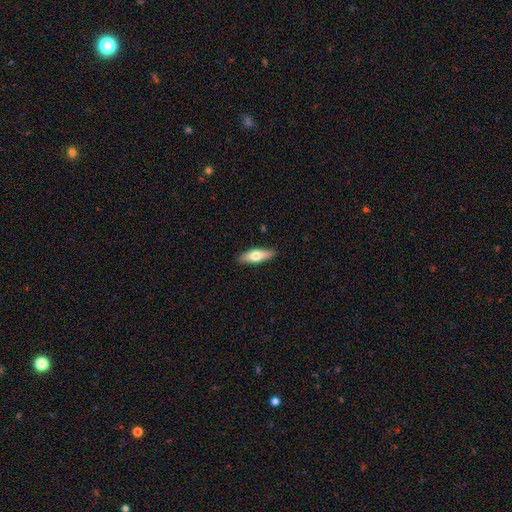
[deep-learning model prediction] smooth-or-featured: smooth: 64% | featured or disk: 30% | star or artifact: 6%
  how-rounded: in between: 51% | cigar-shaped: 46% | round: 2%
  merging: none: 88% | minor disturbance: 9% | major disturbance: 2% | merger: 1%